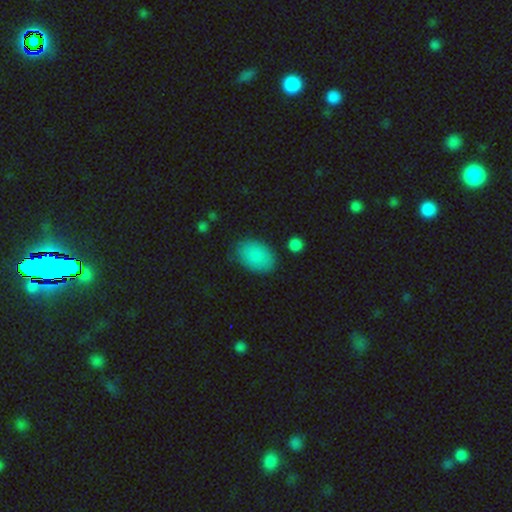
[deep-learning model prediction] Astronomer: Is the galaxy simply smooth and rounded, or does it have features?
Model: smooth — 87%.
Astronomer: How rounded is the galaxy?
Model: in between — 85%.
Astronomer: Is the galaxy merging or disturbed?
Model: none — 80%.